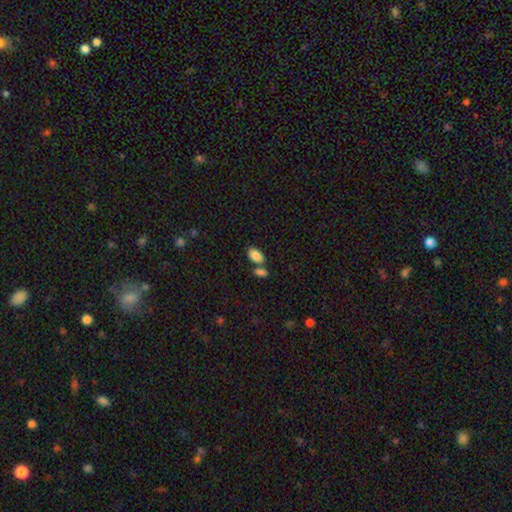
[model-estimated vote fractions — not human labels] Smooth or featured? Predicted: smooth (p=0.87). How rounded? Predicted: in between (p=0.93). Merging? Predicted: none (p=0.57).